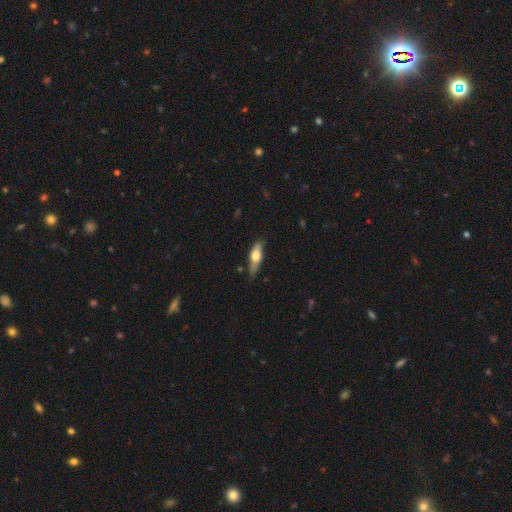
Smooth or featured? smooth (53%)
How rounded? cigar-shaped (65%)
Merging? none (63%)